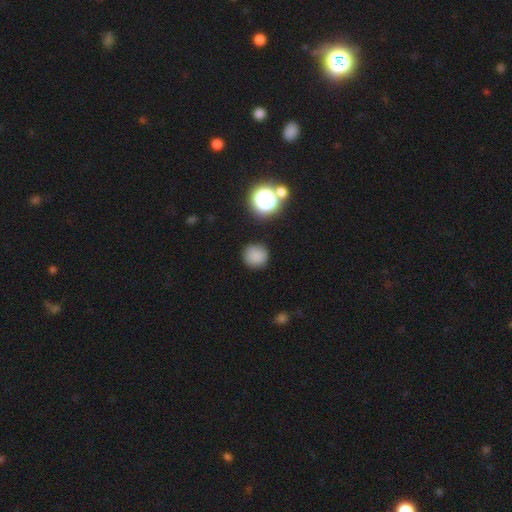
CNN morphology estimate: A smooth galaxy with no disk features (81%) that is round (93%). Merging: none (87%).